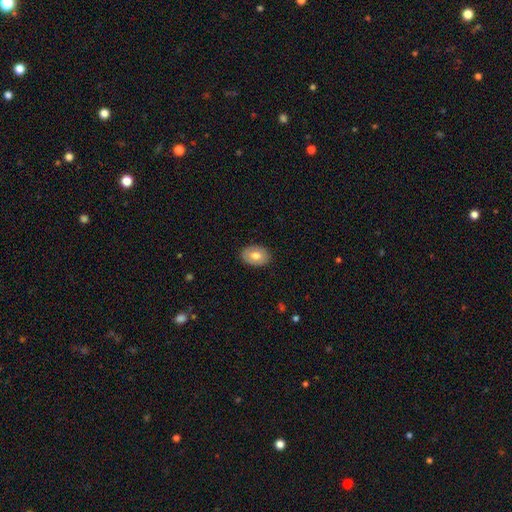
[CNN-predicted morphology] Overall: smooth (71%). How rounded: in between (83%). Merging: none (87%).